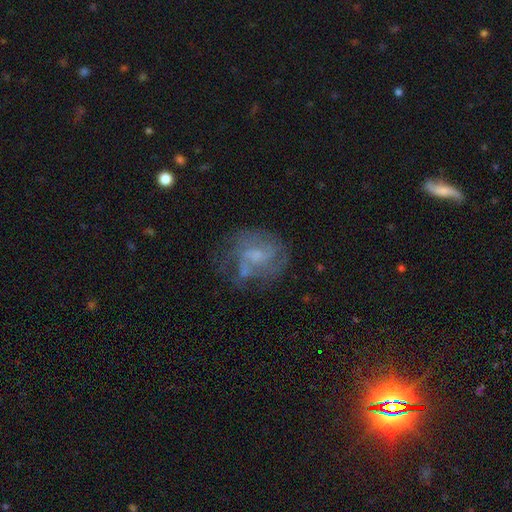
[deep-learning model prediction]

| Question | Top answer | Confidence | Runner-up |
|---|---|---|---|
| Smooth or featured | featured or disk | 68% | smooth (23%) |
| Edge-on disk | no | 98% | yes (2%) |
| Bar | no | 51% | weak (41%) |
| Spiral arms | yes | 73% | no (27%) |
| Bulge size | small | 42% | moderate (28%) |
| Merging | none | 52% | minor disturbance (22%) |